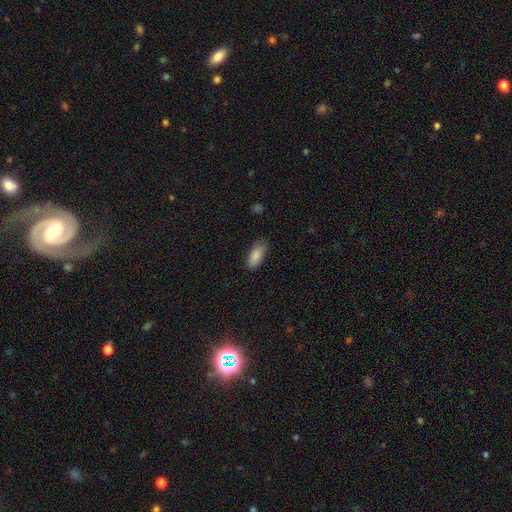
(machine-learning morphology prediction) Smooth or featured? Predicted: smooth (p=0.87). How rounded? Predicted: in between (p=0.85). Merging? Predicted: none (p=0.77).